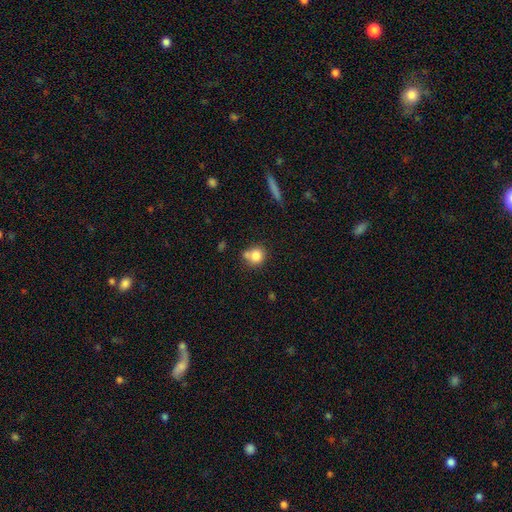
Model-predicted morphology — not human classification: This appears to be a smooth galaxy with no disk features (81%) that is round (81%). Merging: none (53%).